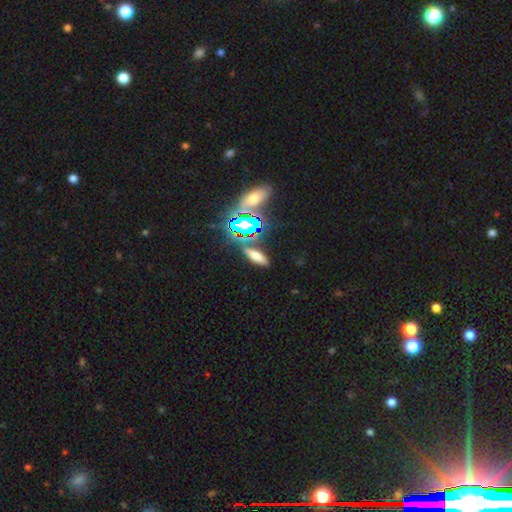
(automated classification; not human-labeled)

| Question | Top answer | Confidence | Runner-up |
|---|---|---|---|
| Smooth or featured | smooth | 55% | star or artifact (29%) |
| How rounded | in between | 50% | cigar-shaped (43%) |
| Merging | none | 76% | minor disturbance (12%) |